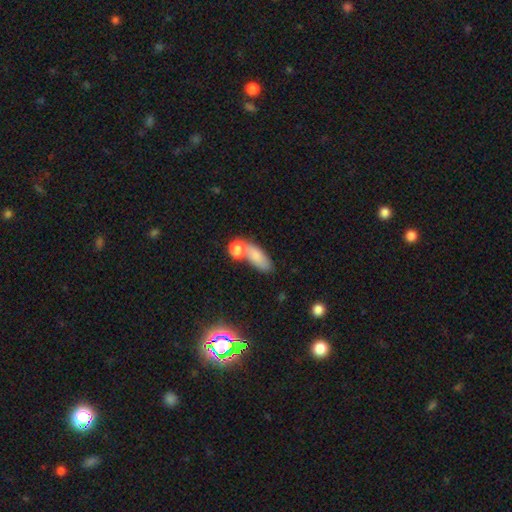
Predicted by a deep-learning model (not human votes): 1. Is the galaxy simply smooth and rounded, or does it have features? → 78% smooth, 13% featured or disk, 9% star or artifact.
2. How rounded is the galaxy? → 71% in between, 16% cigar-shaped, 12% round.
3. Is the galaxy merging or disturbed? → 47% merger, 35% none, 11% minor disturbance, 7% major disturbance.